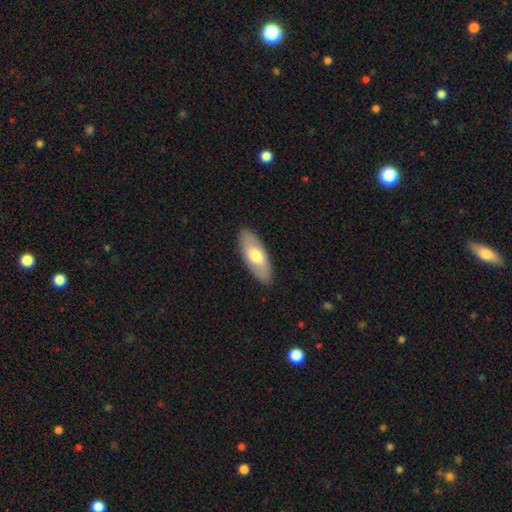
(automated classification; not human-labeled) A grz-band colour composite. It shows a smooth galaxy with no disk features (64%) that is in between round and cigar-shaped (79%). Merging: none (88%).